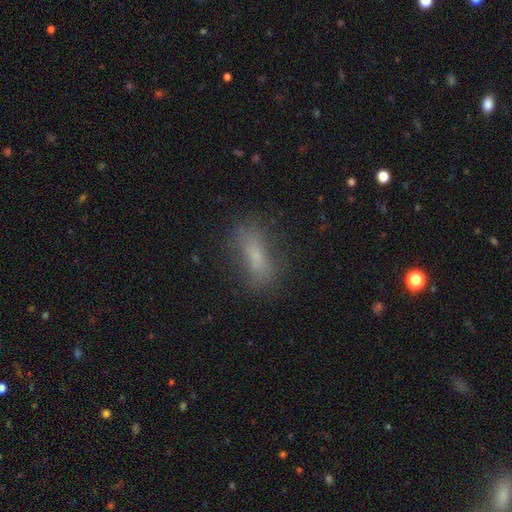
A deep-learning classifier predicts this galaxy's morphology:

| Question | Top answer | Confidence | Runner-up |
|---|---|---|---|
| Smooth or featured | smooth | 70% | featured or disk (17%) |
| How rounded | in between | 60% | cigar-shaped (36%) |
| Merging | none | 74% | minor disturbance (17%) |